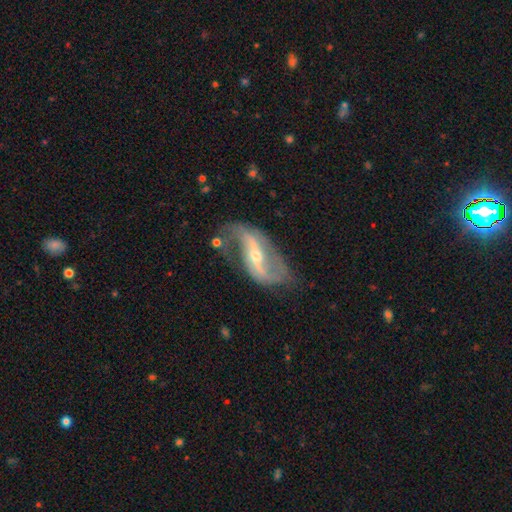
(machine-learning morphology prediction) A featured or disk galaxy (89%) with a strong bar (55%), 2 (91%) loose (66%) spiral arms (94%) and a small central bulge (55%).

Vote fractions:
- Smooth or featured? featured or disk: 89% / smooth: 6% / star or artifact: 5%
- Edge-on disk? no: 95% / yes: 5%
- Bar? strong: 55% / weak: 30% / no: 16%
- Spiral arms? yes: 94% / no: 6%
- Spiral winding? loose: 66% / medium: 26% / tight: 8%
- Spiral arm count? 2: 91% / can't tell: 3% / 1: 3% / 3: 1% / 4: 1% / more than 4: 1%
- Bulge size? small: 55% / moderate: 41% / large: 2% / none: 1% / dominant: 1%
- Merging? none: 63% / minor disturbance: 21% / major disturbance: 13% / merger: 3%